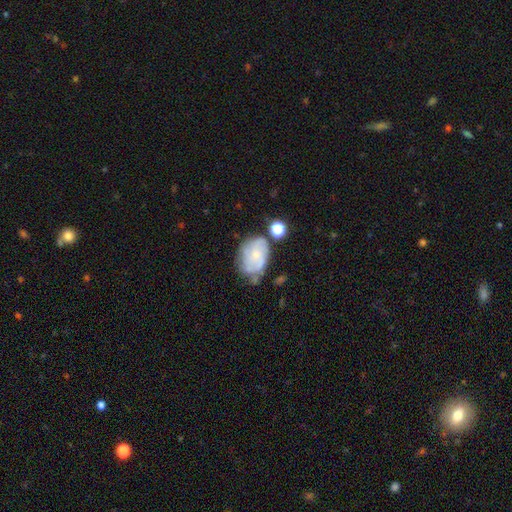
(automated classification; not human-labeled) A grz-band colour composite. It shows a featured or disk galaxy (52%) with no bar (80%), spiral arms (64%) and a small central bulge (65%). Merging: none (46%).